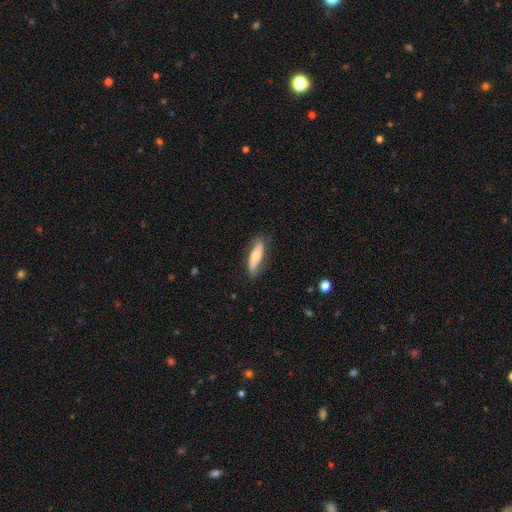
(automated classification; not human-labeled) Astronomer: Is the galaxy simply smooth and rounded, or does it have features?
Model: smooth — 59% (runner-up: featured or disk, 35%).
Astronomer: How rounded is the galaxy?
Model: cigar-shaped — 58% (runner-up: in between, 39%).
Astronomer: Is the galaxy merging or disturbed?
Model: none — 79%.